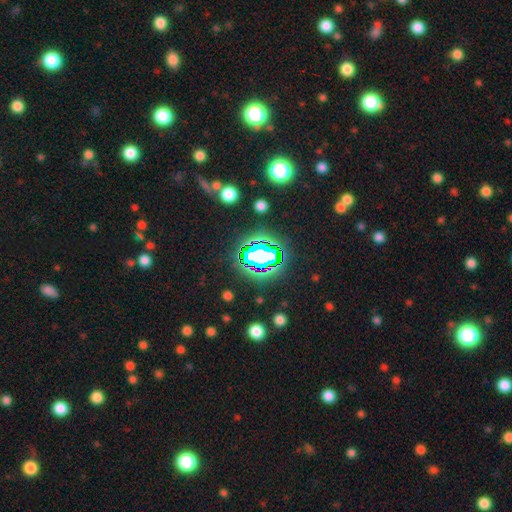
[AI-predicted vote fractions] The model was most divided on "smooth or featured": star or artifact: 75%, smooth: 16%, featured or disk: 9%.